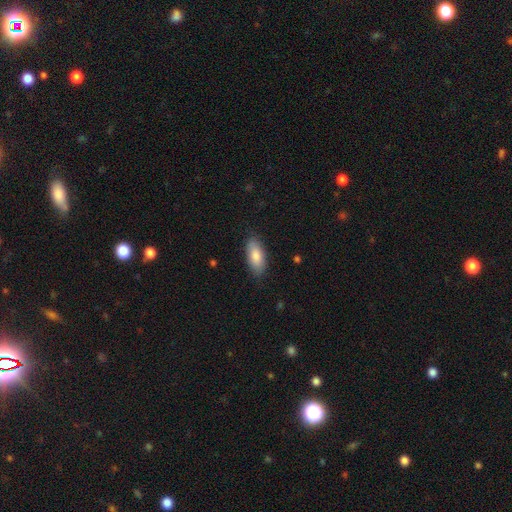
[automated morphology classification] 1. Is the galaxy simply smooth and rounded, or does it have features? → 84% smooth, 10% featured or disk, 6% star or artifact.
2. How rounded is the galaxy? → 86% in between, 12% cigar-shaped, 2% round.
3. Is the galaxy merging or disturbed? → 85% none, 11% minor disturbance, 2% major disturbance, 1% merger.